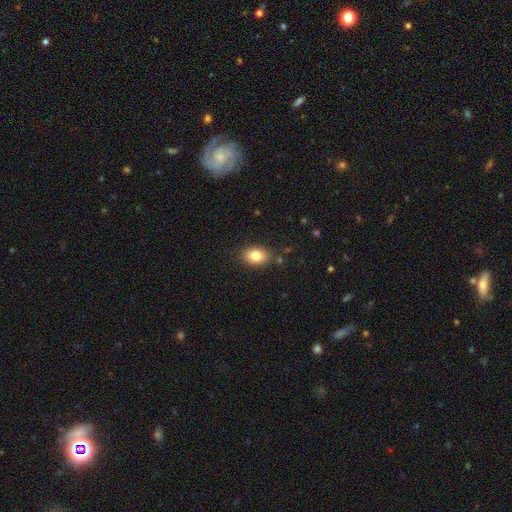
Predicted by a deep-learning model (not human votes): Q: Smooth or featured?
A: smooth (83%); runner-up: star or artifact (9%)
Q: How rounded?
A: in between (80%); runner-up: round (19%)
Q: Merging?
A: none (85%); runner-up: minor disturbance (10%)